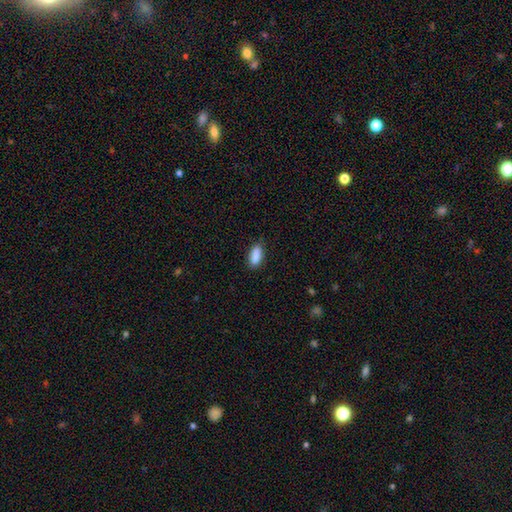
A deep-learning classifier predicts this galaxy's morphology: Q: Smooth or featured?
A: smooth (90%); runner-up: star or artifact (7%)
Q: How rounded?
A: in between (83%); runner-up: cigar-shaped (15%)
Q: Merging?
A: none (84%); runner-up: minor disturbance (13%)